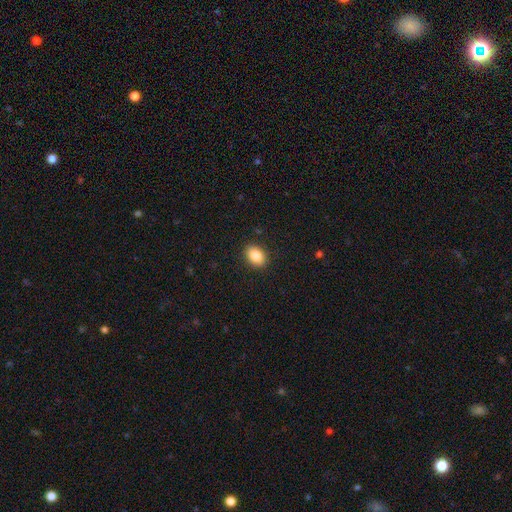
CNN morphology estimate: smooth 86%, star or artifact 8%, featured or disk 6%. Down the decision tree: how rounded — in between (78%); merging — none (89%).